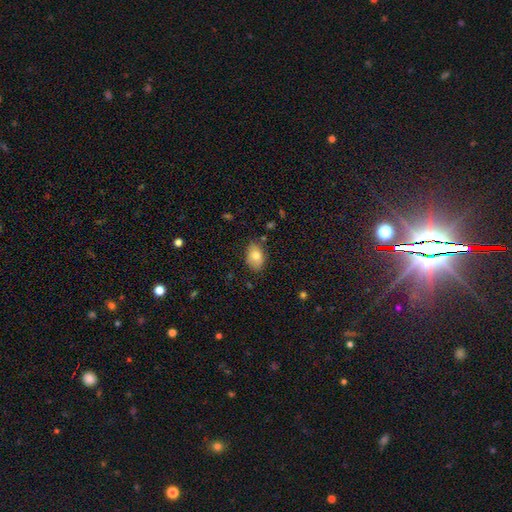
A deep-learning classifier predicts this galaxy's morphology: This is likely a smooth galaxy (78%). How rounded: clearly in between (86%). Merging: likely none (75%).